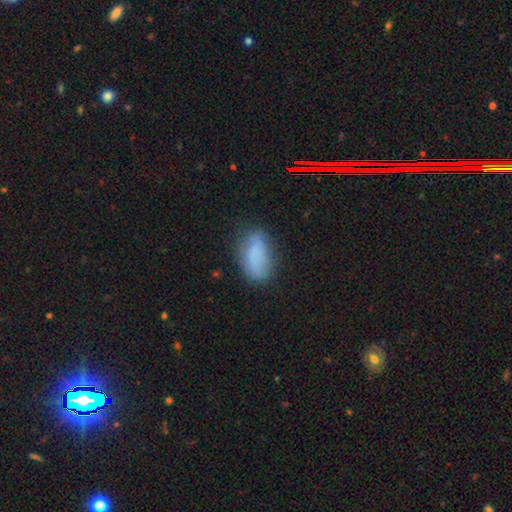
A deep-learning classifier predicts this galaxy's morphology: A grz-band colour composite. It shows a smooth galaxy with no disk features (78%) that is in between round and cigar-shaped (91%). Merging: none (66%).